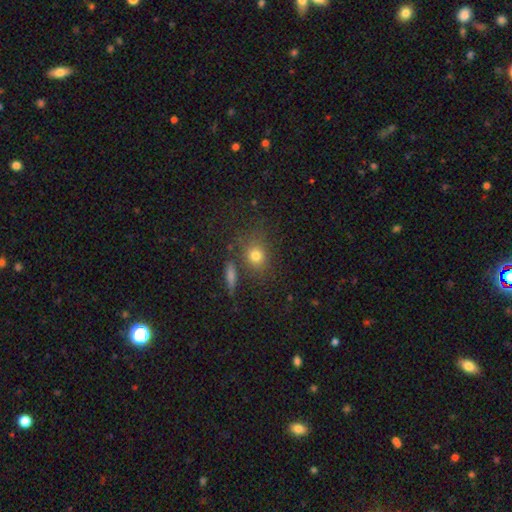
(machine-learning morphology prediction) Smooth or featured?
  - smooth: 75% *
  - star or artifact: 15%
  - featured or disk: 10%
How rounded?
  - round: 66% *
  - in between: 31%
  - cigar-shaped: 3%
Merging?
  - none: 72% *
  - minor disturbance: 13%
  - merger: 10%
  - major disturbance: 6%